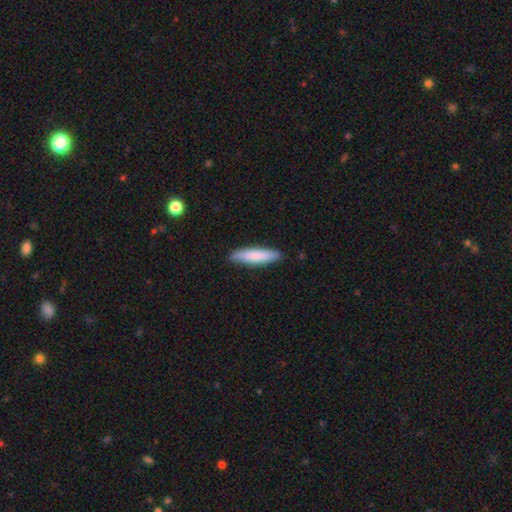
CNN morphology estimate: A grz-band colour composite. It shows a smooth galaxy with no disk features (77%) that is cigar-shaped (78%). Merging: none (86%).